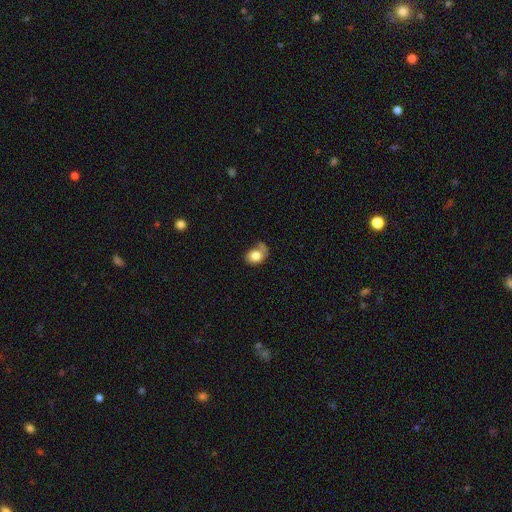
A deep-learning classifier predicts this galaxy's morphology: type=smooth (76%); roundness=in between (53%); merging=none (38%).